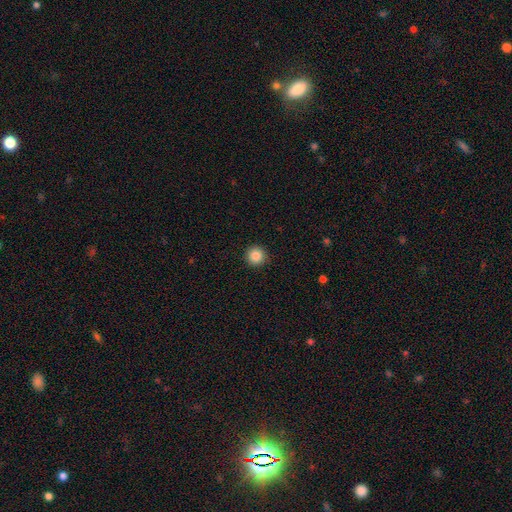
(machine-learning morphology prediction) smooth_or_featured: smooth (p=0.86) [alt: star or artifact p=0.10]
how_rounded: round (p=0.95) [alt: in between p=0.04]
merging: none (p=0.92) [alt: minor disturbance p=0.05]